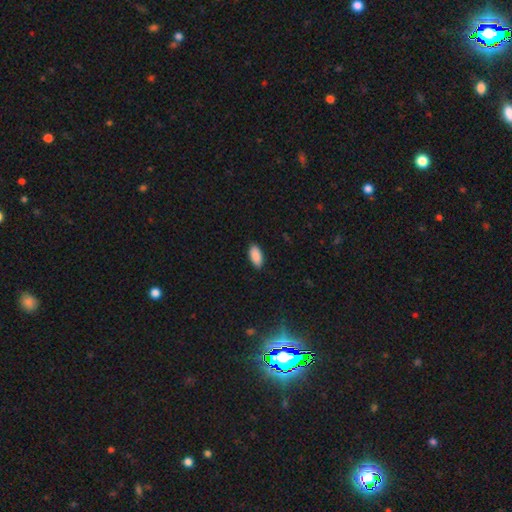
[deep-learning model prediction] The model was most divided on "merging": none: 88%, minor disturbance: 9%, major disturbance: 2%, merger: 1%. More confident: how rounded — in between (91%); smooth or featured — smooth (90%).